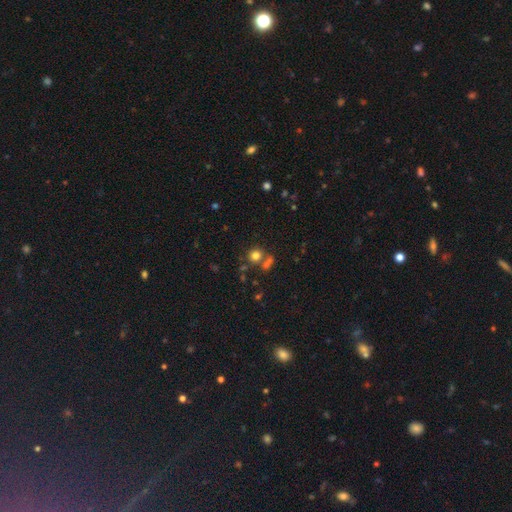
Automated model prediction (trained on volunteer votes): The model was most divided on "merging": none: 59%, merger: 27%, minor disturbance: 9%, major disturbance: 5%. More confident: how rounded — round (86%); smooth or featured — smooth (75%).